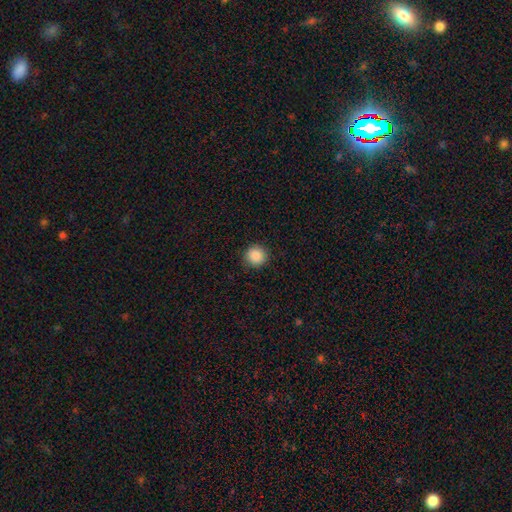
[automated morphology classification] Smooth or featured? Predicted: smooth (p=0.88). How rounded? Predicted: round (p=0.93). Merging? Predicted: none (p=0.90).